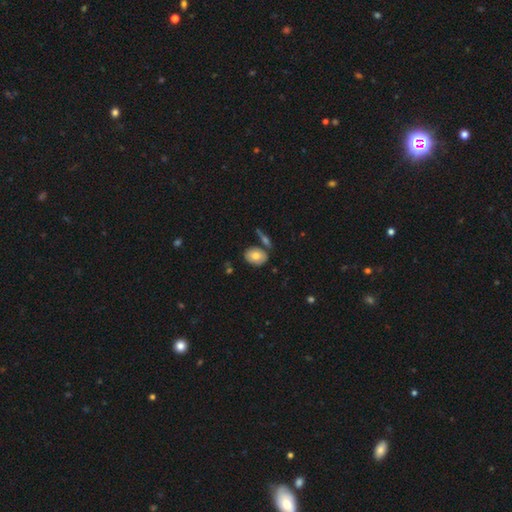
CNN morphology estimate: smooth 75%, featured or disk 18%, star or artifact 7%. Down the decision tree: how rounded — in between (73%); merging — none (69%).